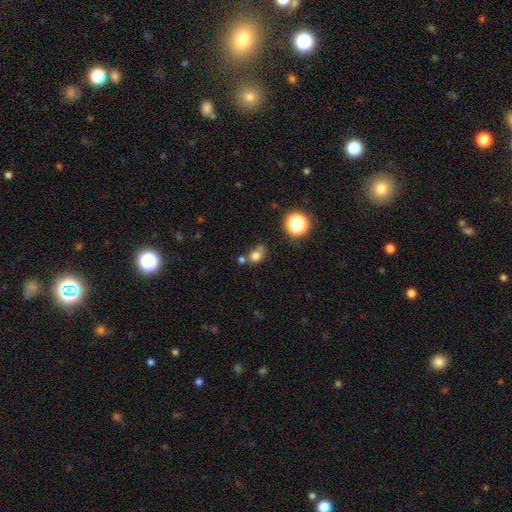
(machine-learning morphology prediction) Smooth or featured? Predicted: smooth (p=0.75). How rounded? Predicted: round (p=0.60). Merging? Predicted: none (p=0.46).